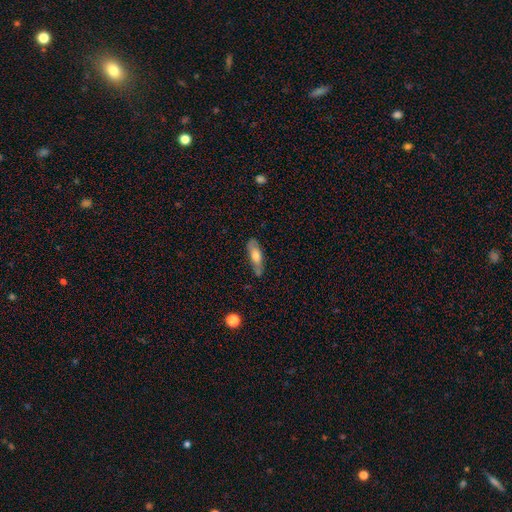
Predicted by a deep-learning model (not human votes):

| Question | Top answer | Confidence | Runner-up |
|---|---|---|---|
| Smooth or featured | smooth | 61% | featured or disk (33%) |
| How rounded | in between | 53% | cigar-shaped (44%) |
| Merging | none | 70% | minor disturbance (22%) |